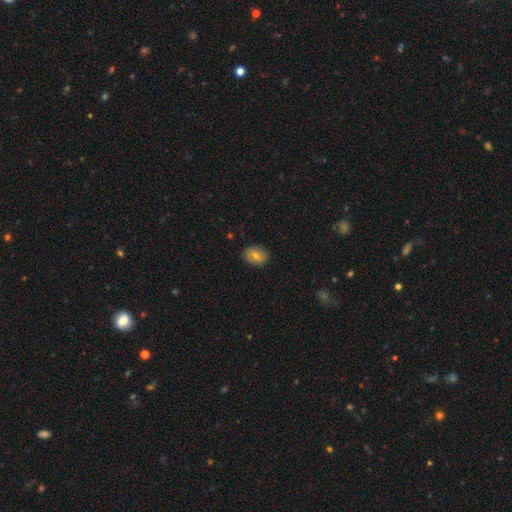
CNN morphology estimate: Smooth or featured? smooth (63%)
How rounded? in between (61%)
Merging? none (84%)